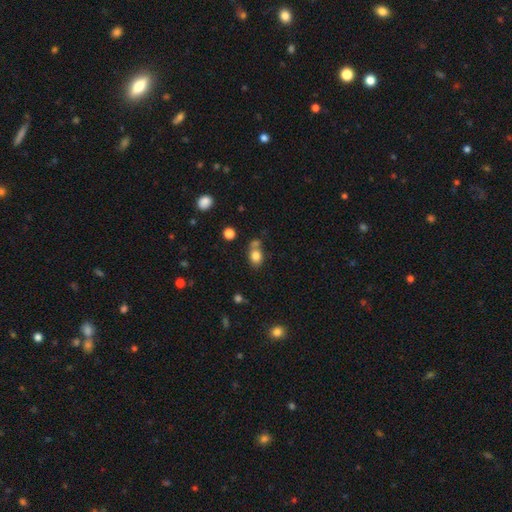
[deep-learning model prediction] Overall: smooth (82%). How rounded: in between (54%; round 45%). Merging: none (54%; merger 28%).